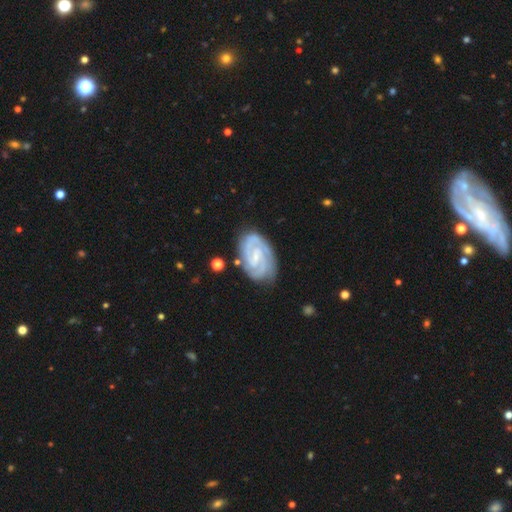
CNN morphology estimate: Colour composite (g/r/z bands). It shows a featured or disk galaxy (88%) with a weak bar (50%), 2 (66%) tight (65%) spiral arms (98%) and a small central bulge (64%). Merging: none (78%).